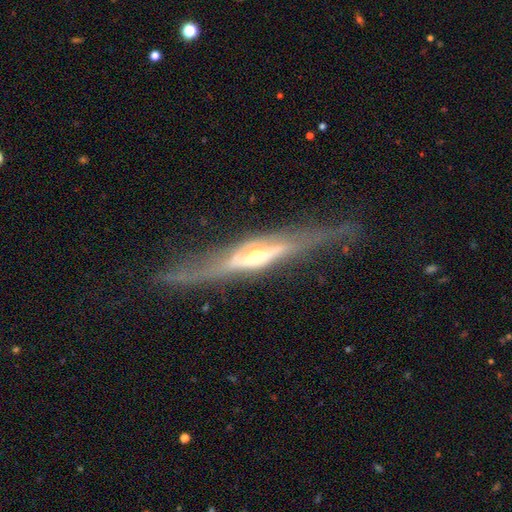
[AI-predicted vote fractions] Smooth or featured?
  - featured or disk: 84% *
  - smooth: 10%
  - star or artifact: 6%
Edge-on disk?
  - yes: 86% *
  - no: 14%
Edge-on bulge?
  - rounded: 73% *
  - boxy: 15%
  - none: 12%
Merging?
  - none: 67% *
  - minor disturbance: 19%
  - major disturbance: 12%
  - merger: 2%